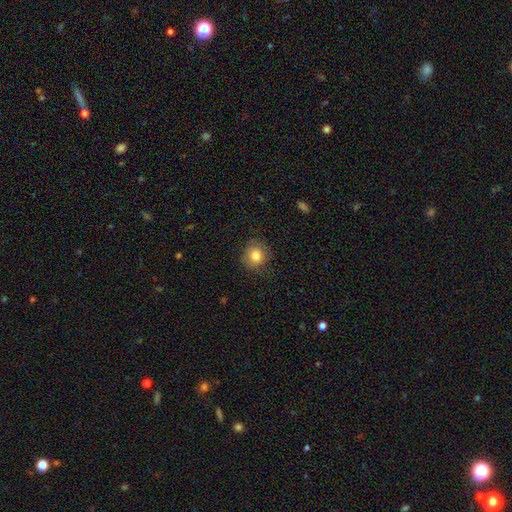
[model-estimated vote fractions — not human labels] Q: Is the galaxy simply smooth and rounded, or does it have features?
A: smooth — 82%.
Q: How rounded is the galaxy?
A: round — 82%.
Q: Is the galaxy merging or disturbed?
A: none — 80%.